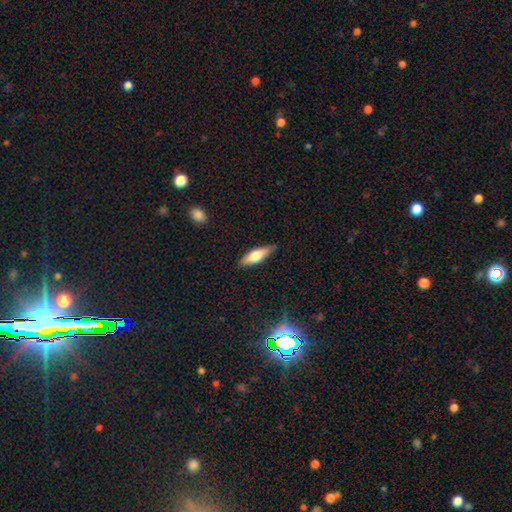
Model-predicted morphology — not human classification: This appears to be a smooth galaxy with no disk features (58%) that is cigar-shaped (52%). Merging: none (85%).